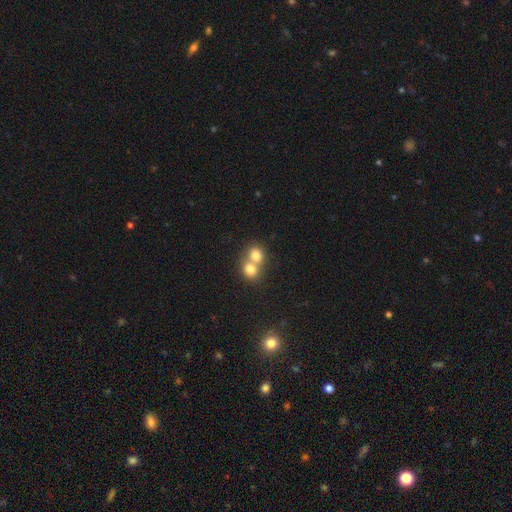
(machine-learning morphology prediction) The model was most divided on "how rounded": round: 69%, in between: 30%, cigar-shaped: 1%. More confident: smooth or featured — smooth (76%); merging — merger (71%).